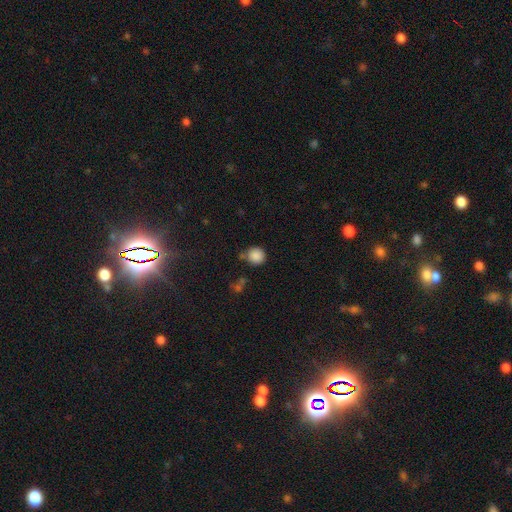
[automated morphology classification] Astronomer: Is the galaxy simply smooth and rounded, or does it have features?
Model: smooth — 87%.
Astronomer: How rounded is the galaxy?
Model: round — 91%.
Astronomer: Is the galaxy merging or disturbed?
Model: none — 69%.